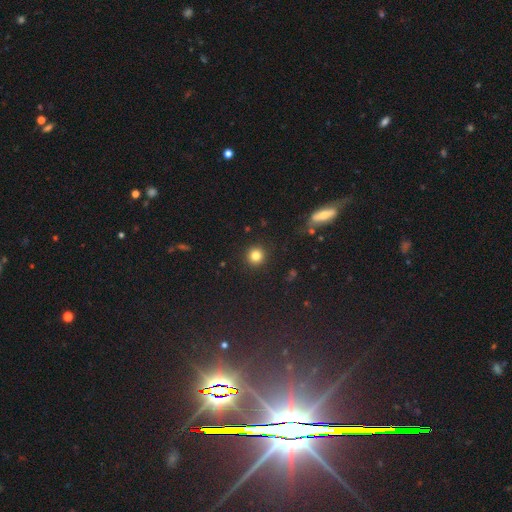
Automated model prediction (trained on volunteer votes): Smooth or featured? smooth (82%)
How rounded? round (93%)
Merging? none (91%)